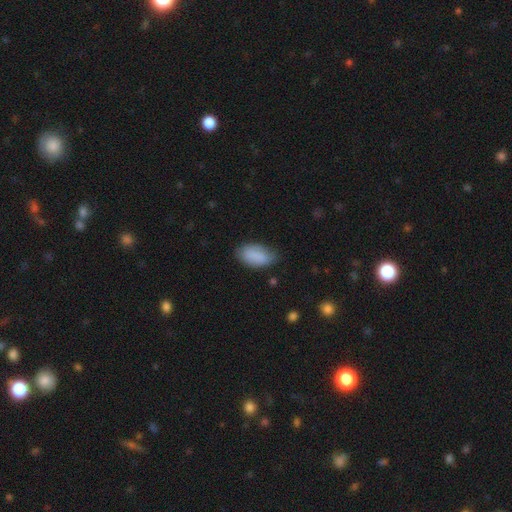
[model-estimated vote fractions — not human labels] The model was most divided on "merging": none: 70%, minor disturbance: 24%, major disturbance: 5%, merger: 2%. More confident: how rounded — in between (94%); smooth or featured — smooth (86%).